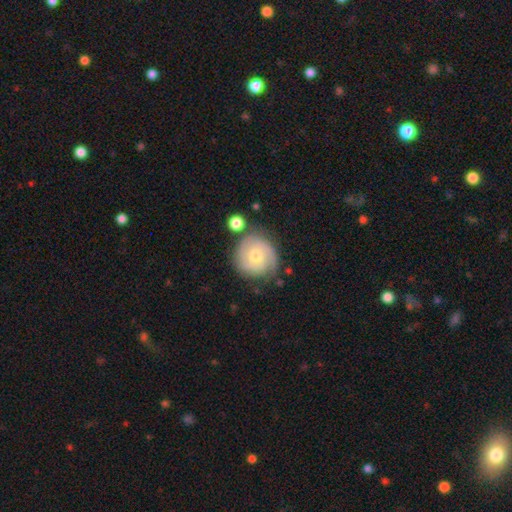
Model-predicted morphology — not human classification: Smooth or featured? Predicted: featured or disk (p=0.62). Edge-on disk? Predicted: no (p=0.97). Bar? Predicted: no (p=0.78). Spiral arms? Predicted: yes (p=0.87). Spiral winding? Predicted: tight (p=0.65). Spiral arm count? Predicted: 2 (p=0.43). Bulge size? Predicted: moderate (p=0.59). Merging? Predicted: none (p=0.71).